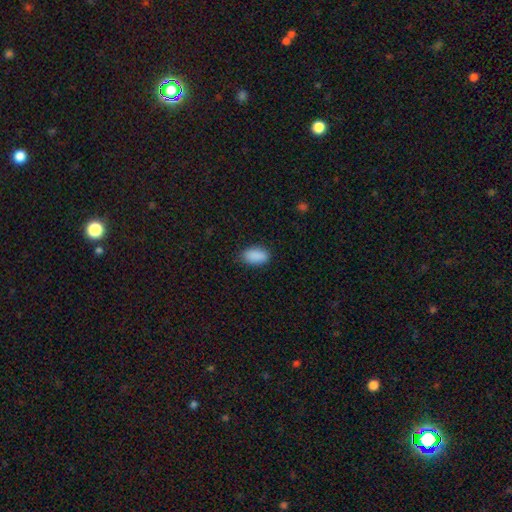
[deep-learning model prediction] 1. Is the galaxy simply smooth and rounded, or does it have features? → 90% smooth, 7% star or artifact, 3% featured or disk.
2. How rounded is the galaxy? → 93% in between, 4% round, 2% cigar-shaped.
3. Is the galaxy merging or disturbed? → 85% none, 11% minor disturbance, 3% major disturbance, 1% merger.